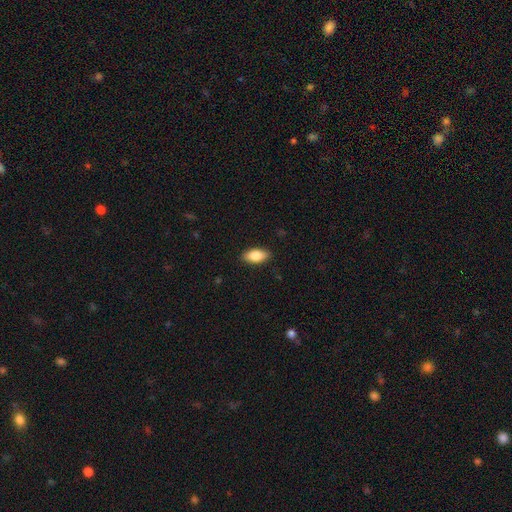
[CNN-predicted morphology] A smooth galaxy with no disk features (82%) that is in between round and cigar-shaped (89%).

Vote fractions:
- Smooth or featured? smooth: 82% / featured or disk: 12% / star or artifact: 7%
- How rounded? in between: 89% / cigar-shaped: 8% / round: 3%
- Merging? none: 88% / minor disturbance: 9% / major disturbance: 2% / merger: 1%